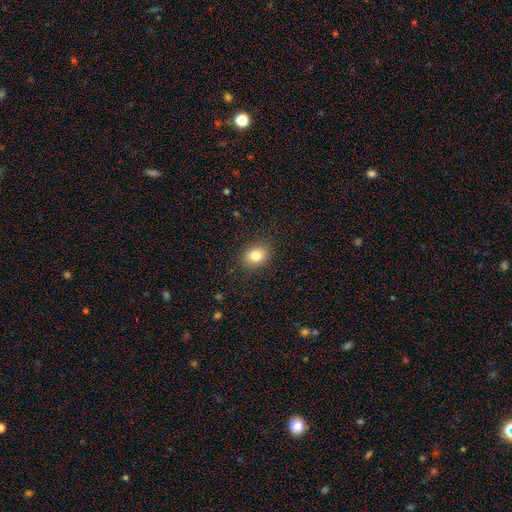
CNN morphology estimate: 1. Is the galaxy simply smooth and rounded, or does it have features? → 81% smooth, 10% star or artifact, 9% featured or disk.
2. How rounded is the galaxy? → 60% in between, 39% round, 1% cigar-shaped.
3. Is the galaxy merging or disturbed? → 87% none, 9% minor disturbance, 3% major disturbance, 1% merger.